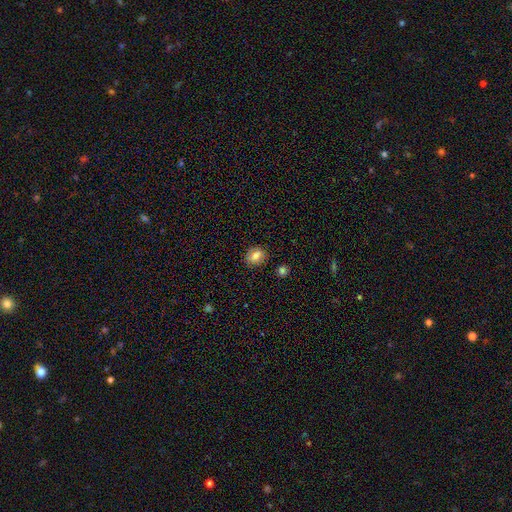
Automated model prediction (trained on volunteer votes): This is likely a smooth galaxy (78%). How rounded: possibly round (53%). Merging: clearly none (85%).